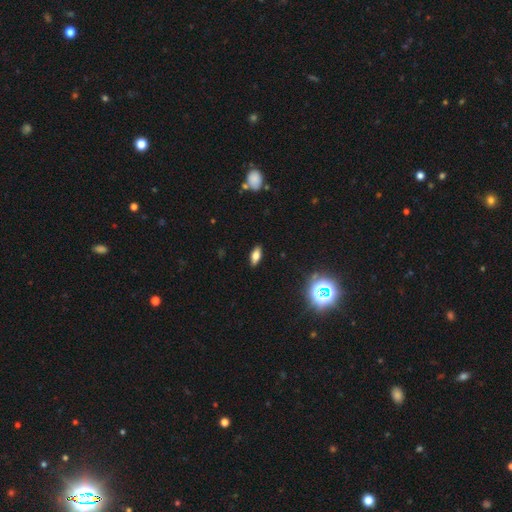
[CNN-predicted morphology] A smooth galaxy with no disk features (67%) that is in between round and cigar-shaped (79%). Merging: none (89%).